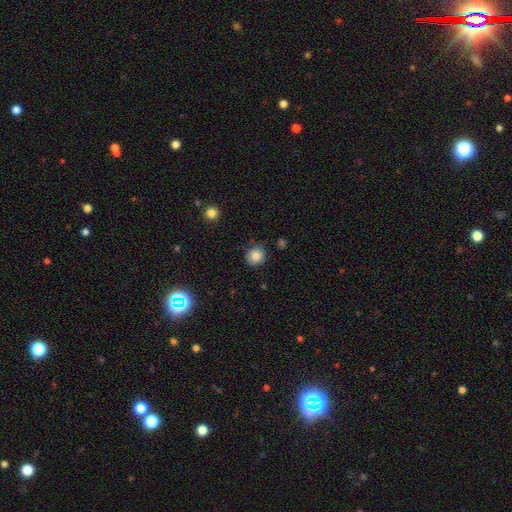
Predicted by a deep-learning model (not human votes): Smooth or featured?
  - smooth: 85% *
  - star or artifact: 10%
  - featured or disk: 5%
How rounded?
  - round: 87% *
  - in between: 12%
  - cigar-shaped: 1%
Merging?
  - none: 83% *
  - minor disturbance: 12%
  - major disturbance: 3%
  - merger: 2%